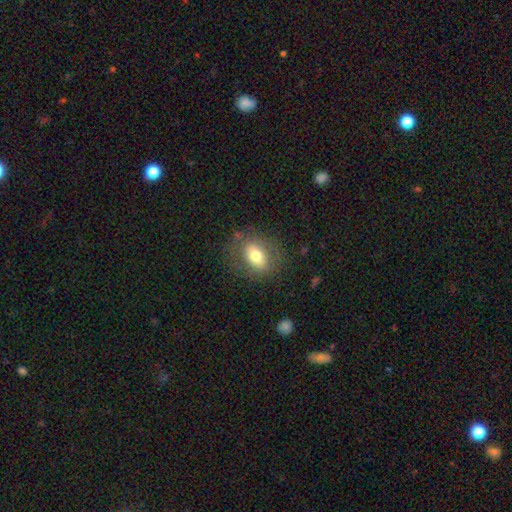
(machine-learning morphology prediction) A smooth galaxy with no disk features (67%) that is in between round and cigar-shaped (69%). Merging: none (76%).